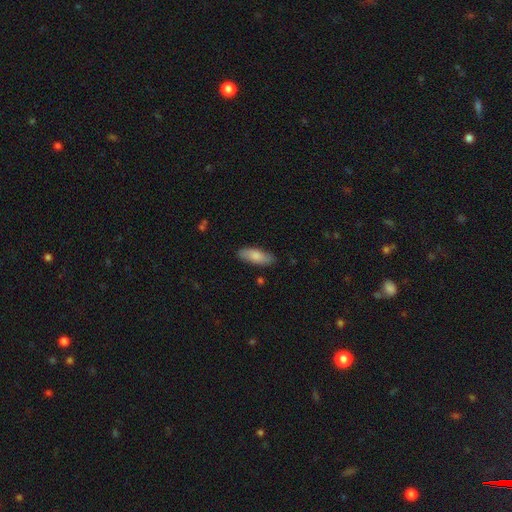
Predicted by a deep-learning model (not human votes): smooth-or-featured: smooth: 77% | featured or disk: 17% | star or artifact: 6%
  how-rounded: in between: 68% | cigar-shaped: 30% | round: 2%
  merging: none: 83% | minor disturbance: 13% | major disturbance: 2% | merger: 1%